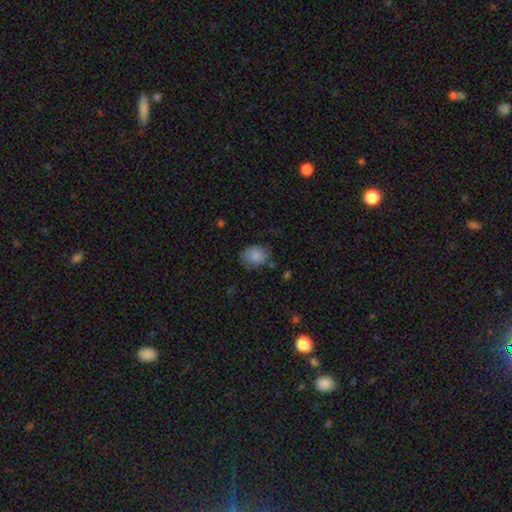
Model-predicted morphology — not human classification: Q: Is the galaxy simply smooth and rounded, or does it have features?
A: smooth — 84%.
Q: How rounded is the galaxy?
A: in between — 53%.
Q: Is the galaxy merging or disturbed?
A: none — 72%.